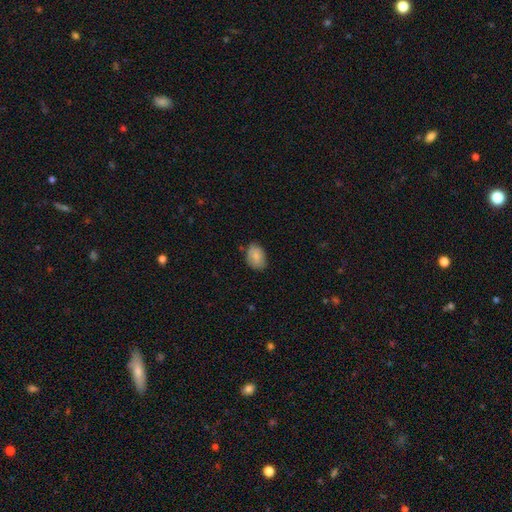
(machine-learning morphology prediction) Smooth or featured?
  - smooth: 81% *
  - featured or disk: 12%
  - star or artifact: 7%
How rounded?
  - in between: 81% *
  - round: 18%
  - cigar-shaped: 1%
Merging?
  - none: 74% *
  - minor disturbance: 21%
  - major disturbance: 3%
  - merger: 2%